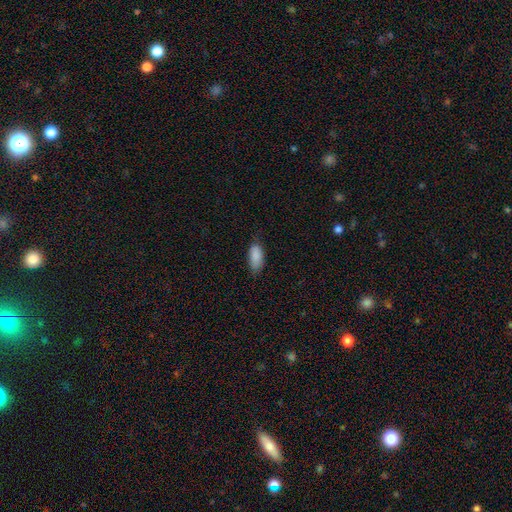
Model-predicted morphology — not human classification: smooth_or_featured: smooth (p=0.88) [alt: star or artifact p=0.07]
how_rounded: in between (p=0.88) [alt: cigar-shaped p=0.10]
merging: none (p=0.70) [alt: minor disturbance p=0.25]